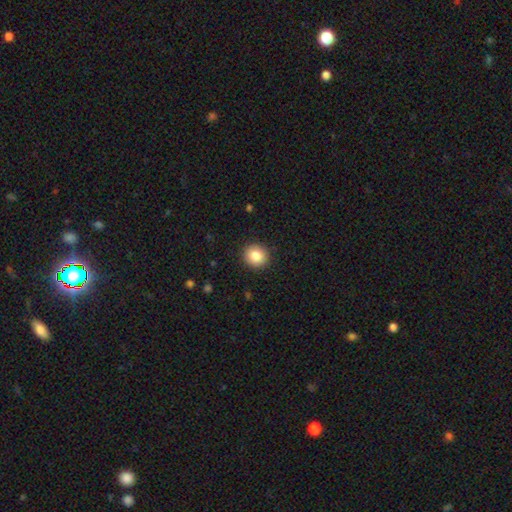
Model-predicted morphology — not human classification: Smooth or featured: smooth — 84% (star or artifact — 9%)
How rounded: round — 89% (in between — 10%)
Merging: none — 92% (minor disturbance — 6%)